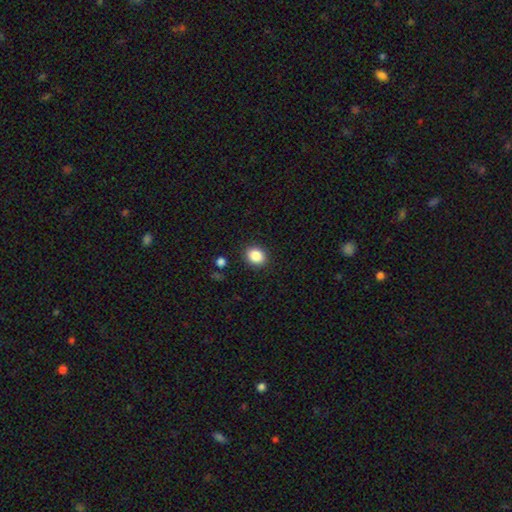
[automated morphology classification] This appears to be a smooth galaxy with no disk features (87%) that is round (55%). Merging: none (90%).